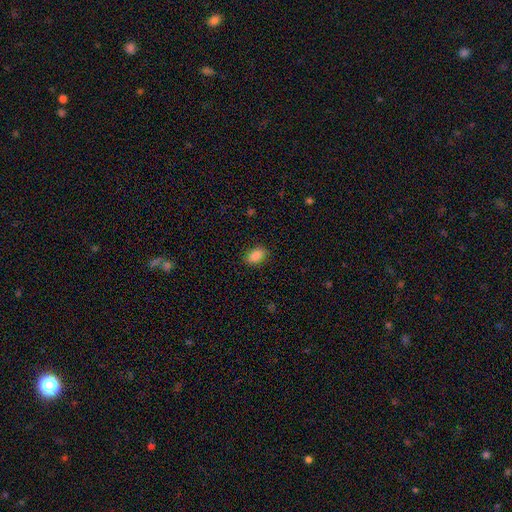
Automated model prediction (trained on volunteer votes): smooth 88%, star or artifact 8%, featured or disk 4%. Down the decision tree: how rounded — in between (90%); merging — none (87%).